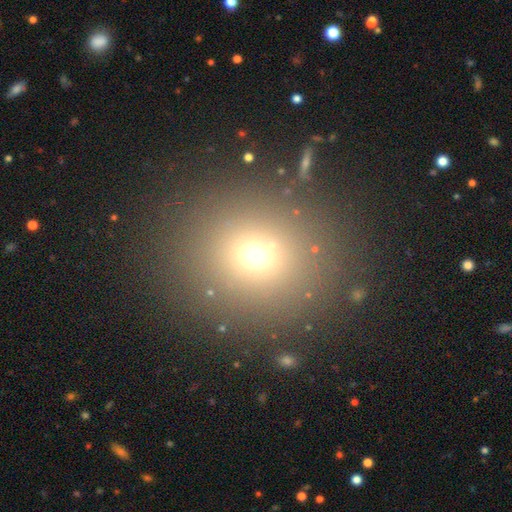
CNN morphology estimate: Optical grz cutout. It shows a smooth galaxy with no disk features (65%) that is round (80%). Merging: none (85%).